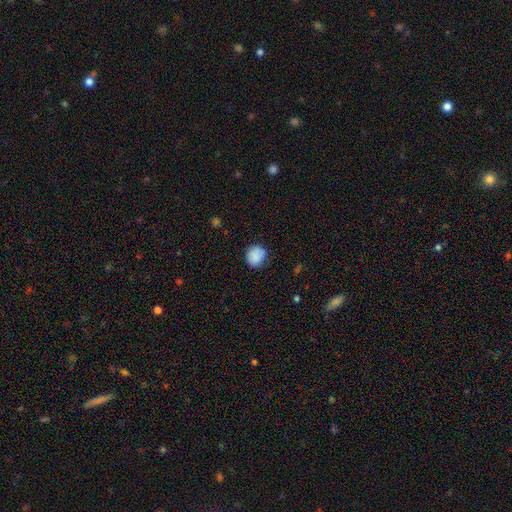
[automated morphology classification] smooth 85%, star or artifact 8%, featured or disk 7%. Down the decision tree: how rounded — round (83%); merging — none (76%).